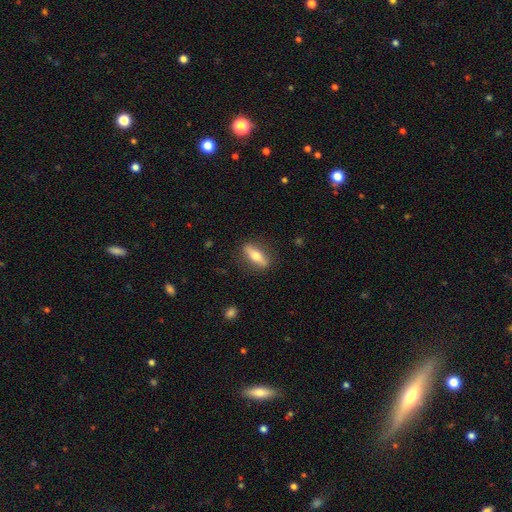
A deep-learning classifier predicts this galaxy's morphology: smooth 53%, featured or disk 41%, star or artifact 6%. Down the decision tree: how rounded — cigar-shaped (52%); merging — none (85%).